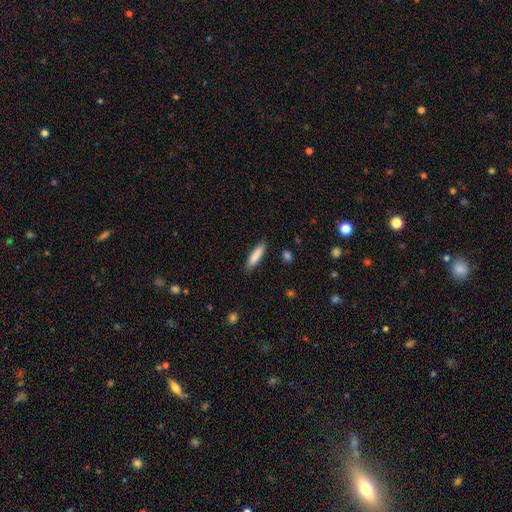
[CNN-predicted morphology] A smooth galaxy with no disk features (85%) that is cigar-shaped (74%).

Vote fractions:
- Smooth or featured? smooth: 85% / featured or disk: 9% / star or artifact: 6%
- How rounded? cigar-shaped: 74% / in between: 25% / round: 1%
- Merging? none: 87% / minor disturbance: 9% / major disturbance: 2% / merger: 1%